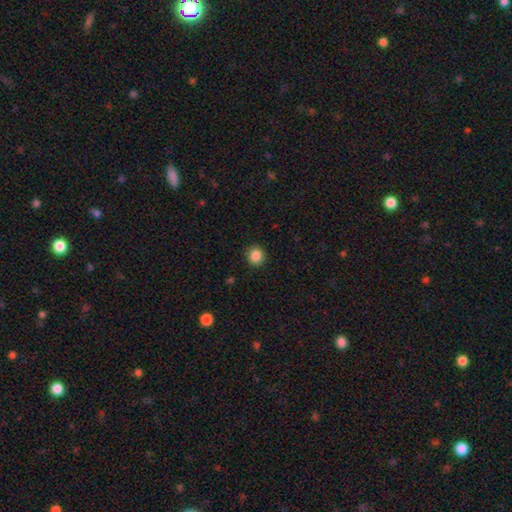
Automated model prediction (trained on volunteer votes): Morphology: type=smooth (86%); roundness=round (91%); merging=none (91%).